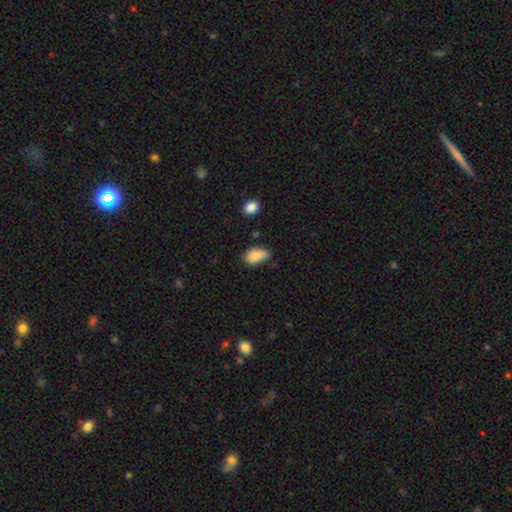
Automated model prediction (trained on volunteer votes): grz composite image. It shows a smooth galaxy with no disk features (85%) that is in between round and cigar-shaped (91%). Merging: none (49%).